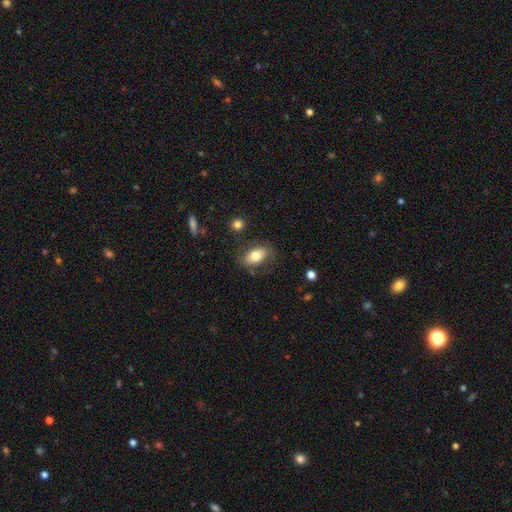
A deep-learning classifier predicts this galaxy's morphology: Smooth or featured? smooth (74%)
How rounded? in between (89%)
Merging? none (71%)